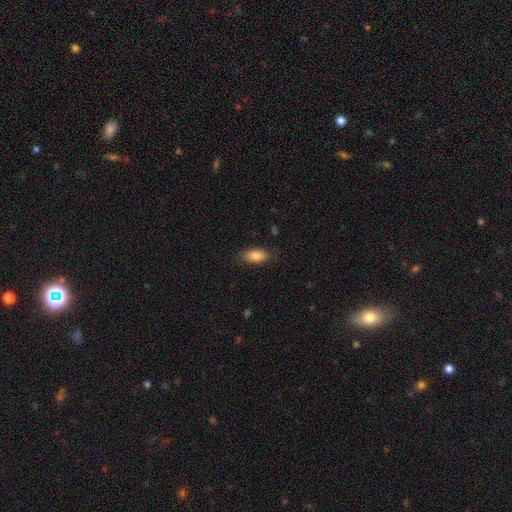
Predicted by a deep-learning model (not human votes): Q: Smooth or featured?
A: smooth (84%); runner-up: featured or disk (9%)
Q: How rounded?
A: in between (90%); runner-up: cigar-shaped (7%)
Q: Merging?
A: none (83%); runner-up: minor disturbance (13%)